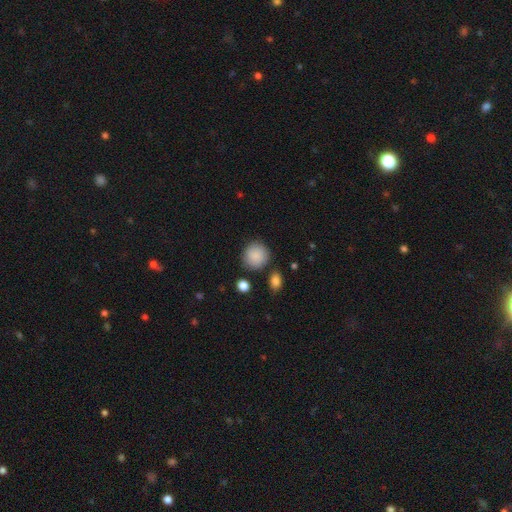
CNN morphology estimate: type=smooth (88%); roundness=round (89%); merging=none (81%).